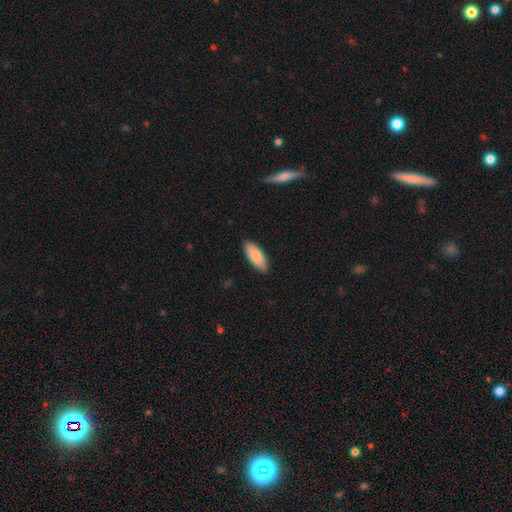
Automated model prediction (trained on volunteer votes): Overall: smooth (85%). How rounded: in between (81%). Merging: none (88%).